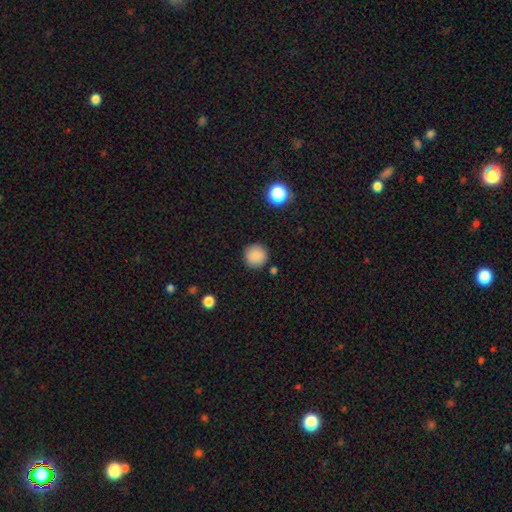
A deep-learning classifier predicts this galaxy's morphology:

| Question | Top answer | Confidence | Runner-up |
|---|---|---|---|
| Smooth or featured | smooth | 87% | star or artifact (9%) |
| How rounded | round | 95% | in between (4%) |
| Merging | none | 90% | minor disturbance (6%) |